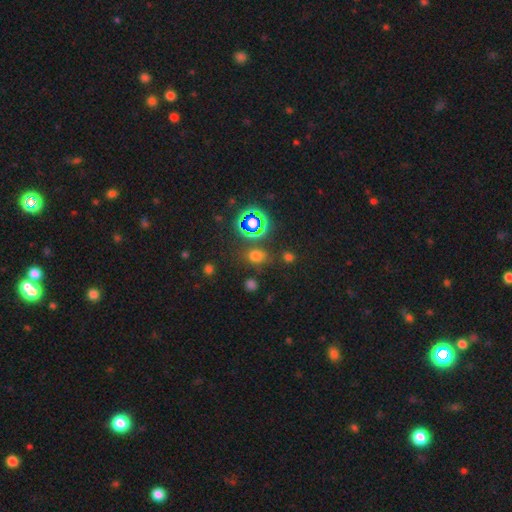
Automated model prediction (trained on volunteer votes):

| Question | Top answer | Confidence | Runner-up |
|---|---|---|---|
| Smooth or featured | smooth | 55% | star or artifact (38%) |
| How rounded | in between | 49% | tied: round (49%) |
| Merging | none | 76% | minor disturbance (13%) |